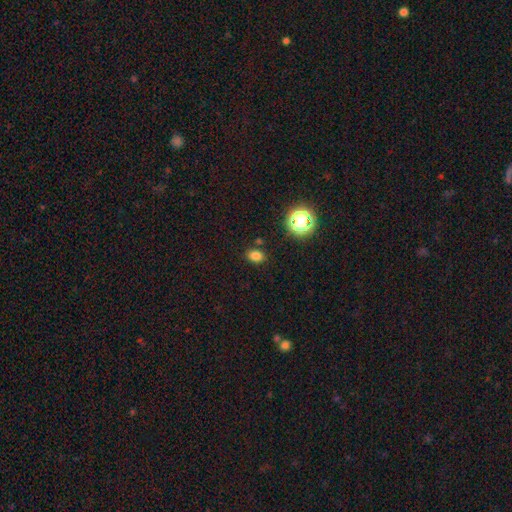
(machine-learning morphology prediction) This is likely a smooth galaxy (78%). How rounded: likely in between (68%). Merging: clearly none (83%).